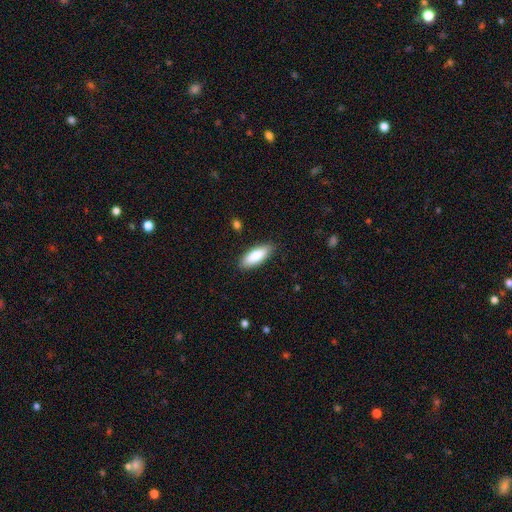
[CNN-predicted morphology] Overall: smooth (83%). How rounded: in between (70%). Merging: none (87%).